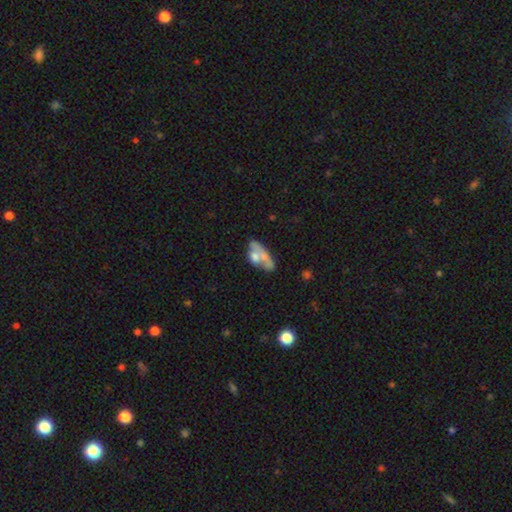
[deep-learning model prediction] Morphology: type=smooth (49%); merging=merger (36%).